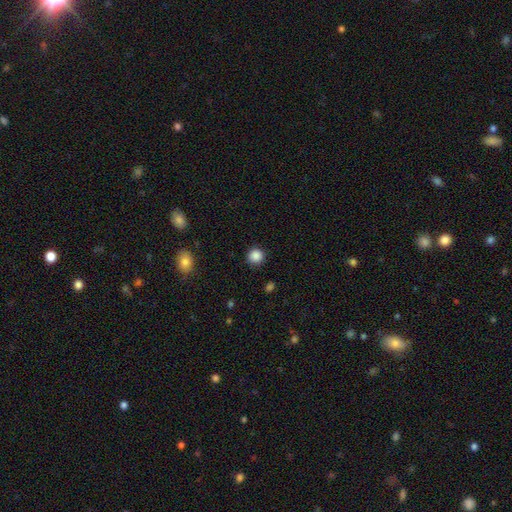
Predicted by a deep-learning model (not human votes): This is clearly a smooth galaxy (87%). How rounded: clearly round (93%). Merging: clearly none (89%).